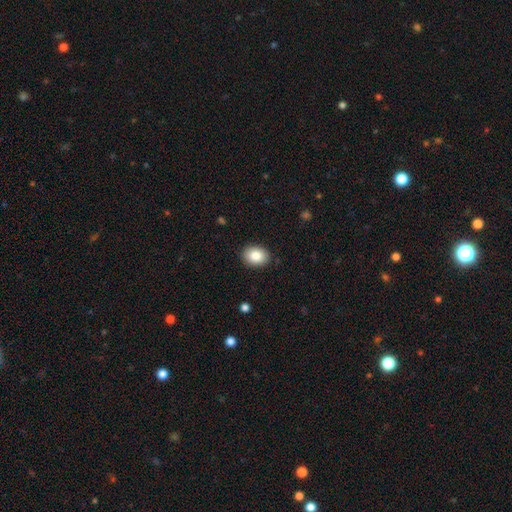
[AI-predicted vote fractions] Morphology: type=smooth (86%); roundness=in between (67%); merging=none (89%).